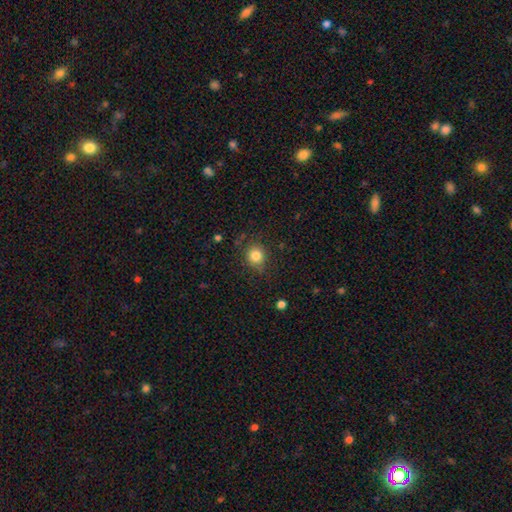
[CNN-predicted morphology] Smooth or featured? smooth (82%)
How rounded? round (83%)
Merging? none (81%)